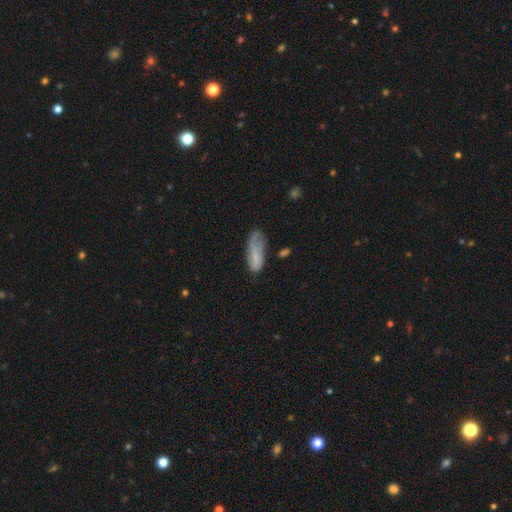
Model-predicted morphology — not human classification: Q: Smooth or featured?
A: smooth (69%); runner-up: featured or disk (23%)
Q: How rounded?
A: in between (69%); runner-up: cigar-shaped (29%)
Q: Merging?
A: none (38%); runner-up: minor disturbance (35%)